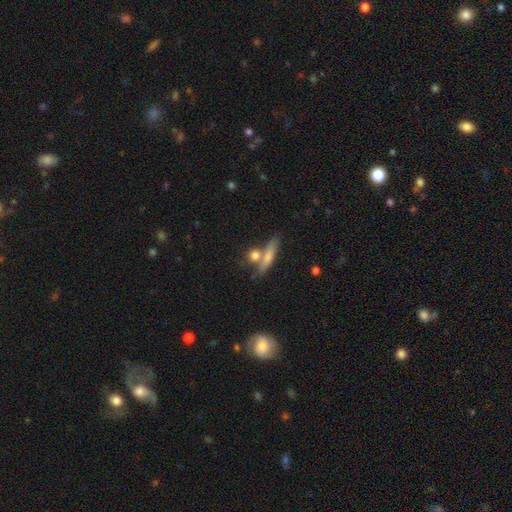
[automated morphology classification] This appears to be a smooth galaxy with no disk features (73%) that is round (41%). Merging: none (52%).